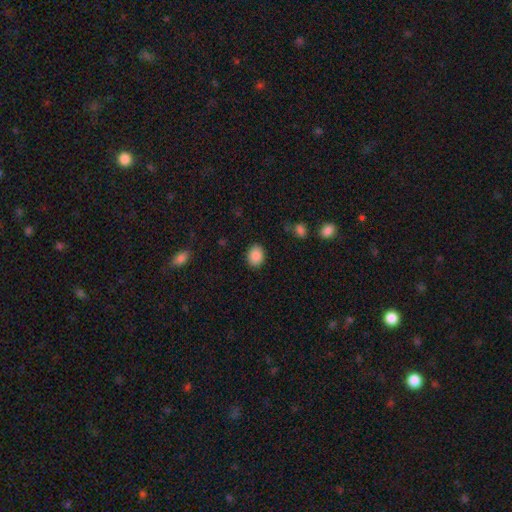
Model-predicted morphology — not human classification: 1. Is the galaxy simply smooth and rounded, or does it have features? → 89% smooth, 8% star or artifact, 3% featured or disk.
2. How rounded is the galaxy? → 50% round, 49% in between, 1% cigar-shaped.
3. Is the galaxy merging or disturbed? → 88% none, 9% minor disturbance, 3% major disturbance, 1% merger.